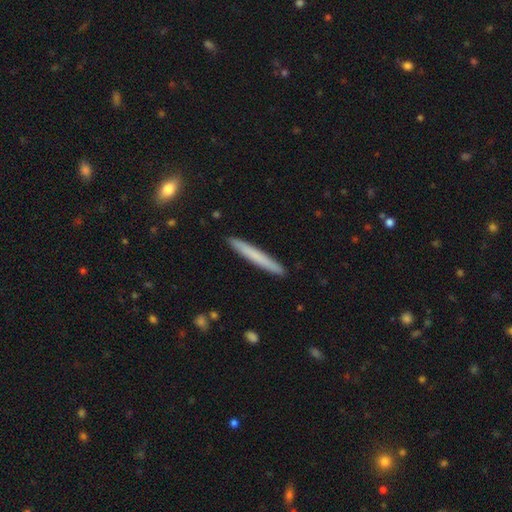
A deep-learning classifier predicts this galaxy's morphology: smooth_or_featured: smooth (p=0.69) [alt: featured or disk p=0.25]
how_rounded: cigar-shaped (p=0.97) [alt: in between p=0.02]
merging: none (p=0.92) [alt: minor disturbance p=0.06]